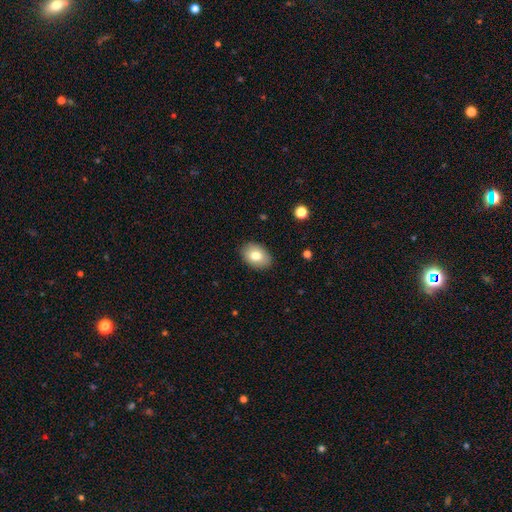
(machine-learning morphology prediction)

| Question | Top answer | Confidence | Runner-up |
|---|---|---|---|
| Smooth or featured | smooth | 79% | featured or disk (13%) |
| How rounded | in between | 80% | round (19%) |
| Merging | none | 88% | minor disturbance (9%) |